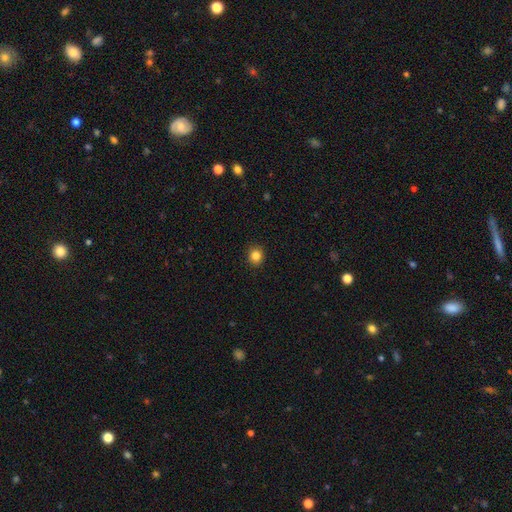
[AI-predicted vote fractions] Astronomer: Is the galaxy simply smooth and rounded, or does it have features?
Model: smooth — 84%.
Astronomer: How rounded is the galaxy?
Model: round — 86%.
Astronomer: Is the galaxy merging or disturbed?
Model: none — 91%.